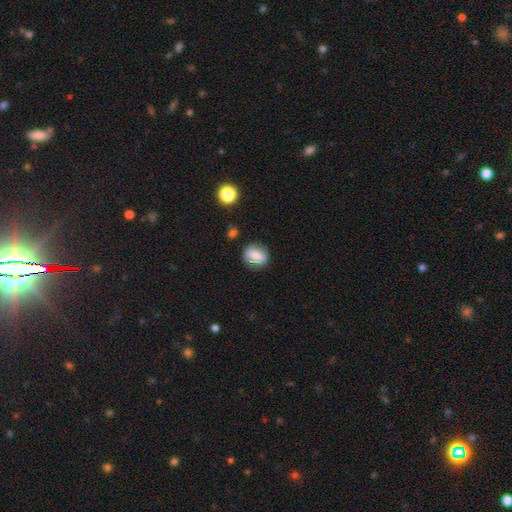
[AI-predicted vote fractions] Overall: smooth (73%). How rounded: round (50%; in between 47%). Merging: none (81%).